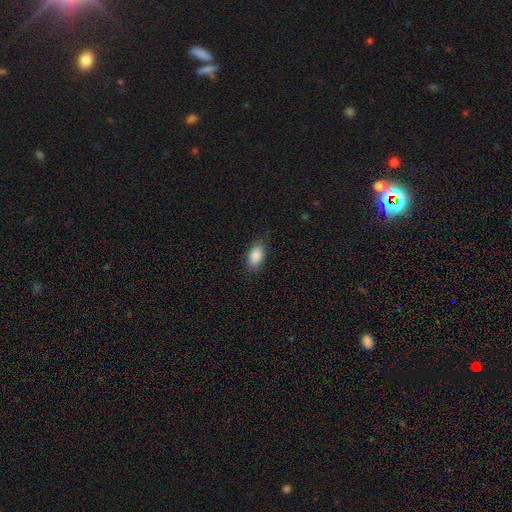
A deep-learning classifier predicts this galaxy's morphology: Smooth or featured?
  - smooth: 89% *
  - star or artifact: 7%
  - featured or disk: 4%
How rounded?
  - in between: 92% *
  - round: 5%
  - cigar-shaped: 3%
Merging?
  - none: 83% *
  - minor disturbance: 12%
  - major disturbance: 3%
  - merger: 1%